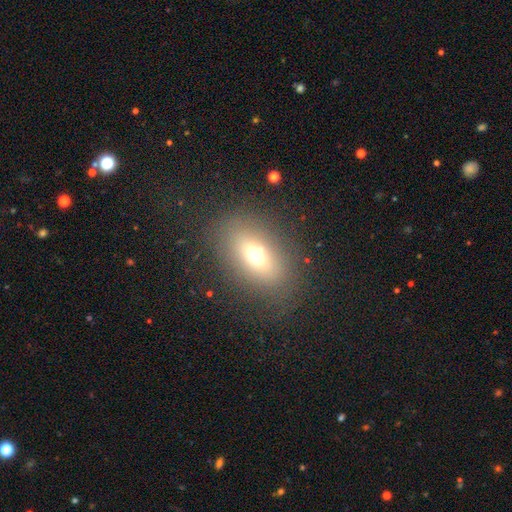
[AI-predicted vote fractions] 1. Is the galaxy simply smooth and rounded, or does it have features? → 62% smooth, 19% star or artifact, 19% featured or disk.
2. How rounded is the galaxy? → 72% in between, 24% round, 3% cigar-shaped.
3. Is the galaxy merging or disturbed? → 79% none, 11% minor disturbance, 8% major disturbance, 2% merger.